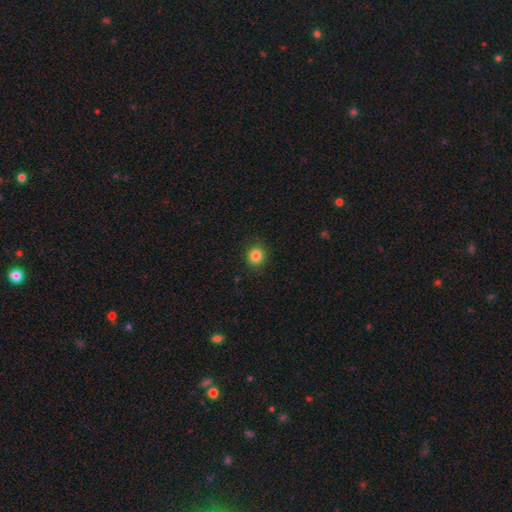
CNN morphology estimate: Smooth or featured? smooth (84%)
How rounded? round (87%)
Merging? none (90%)